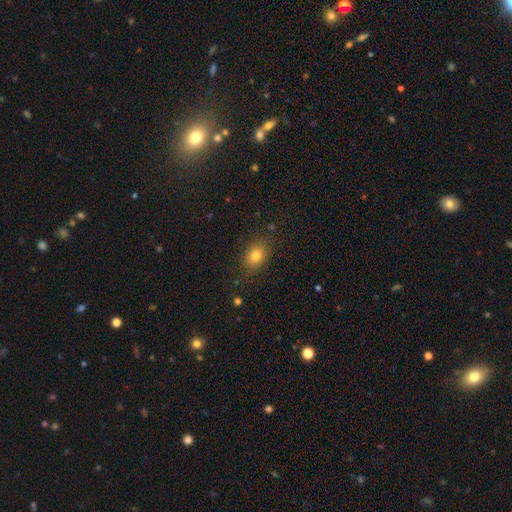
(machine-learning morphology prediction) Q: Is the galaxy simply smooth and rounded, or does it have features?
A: smooth — 78%.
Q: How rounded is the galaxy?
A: in between — 68%.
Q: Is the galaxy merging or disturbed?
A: none — 84%.